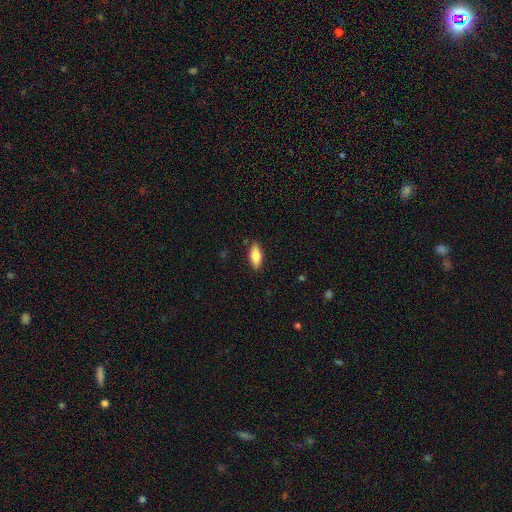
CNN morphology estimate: Overall: smooth (78%). How rounded: in between (79%). Merging: none (87%).